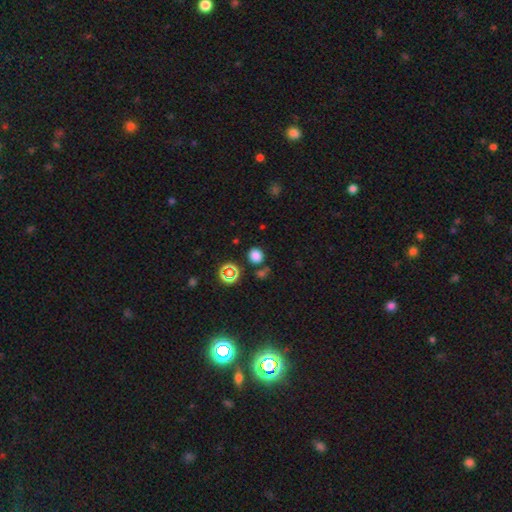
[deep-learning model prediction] A smooth galaxy with no disk features (77%) that is round (80%). Merging: none (78%).